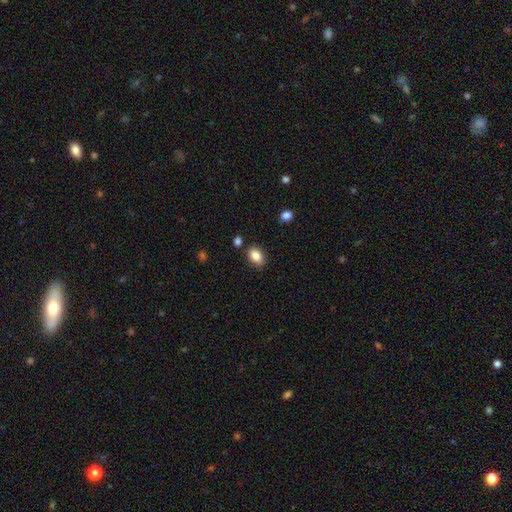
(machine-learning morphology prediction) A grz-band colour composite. It shows a smooth galaxy with no disk features (85%) that is in between round and cigar-shaped (82%). Merging: none (81%).